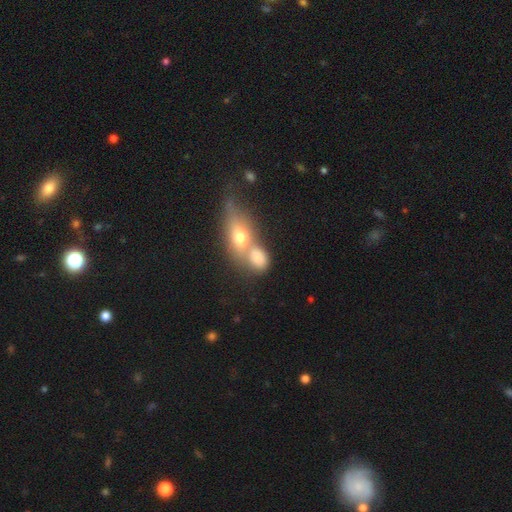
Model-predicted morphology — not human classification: A smooth galaxy with no disk features (57%) that is in between round and cigar-shaped (59%).

Vote fractions:
- Smooth or featured? smooth: 57% / featured or disk: 32% / star or artifact: 11%
- How rounded? in between: 59% / round: 26% / cigar-shaped: 16%
- Merging? merger: 69% / none: 18% / minor disturbance: 7% / major disturbance: 6%